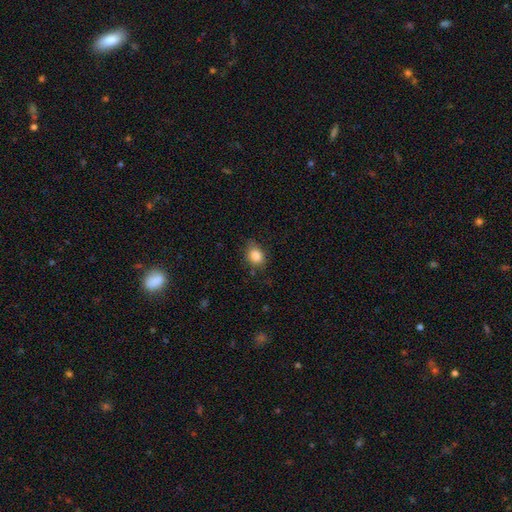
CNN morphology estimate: smooth 85%, star or artifact 9%, featured or disk 6%. Down the decision tree: how rounded — in between (54%); merging — none (74%).